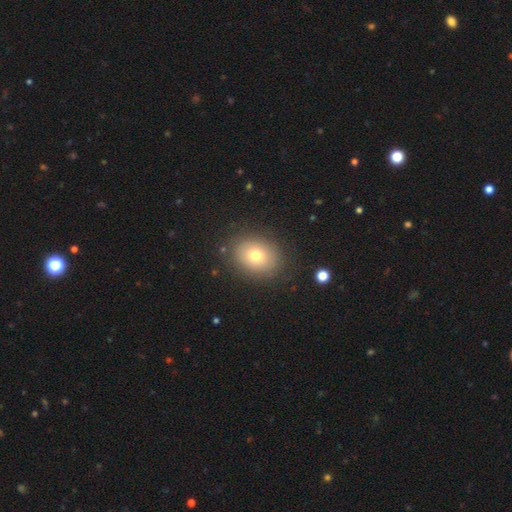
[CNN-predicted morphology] Smooth or featured: smooth — 74% (featured or disk — 14%)
How rounded: in between — 50% (round — 49%)
Merging: none — 85% (minor disturbance — 10%)